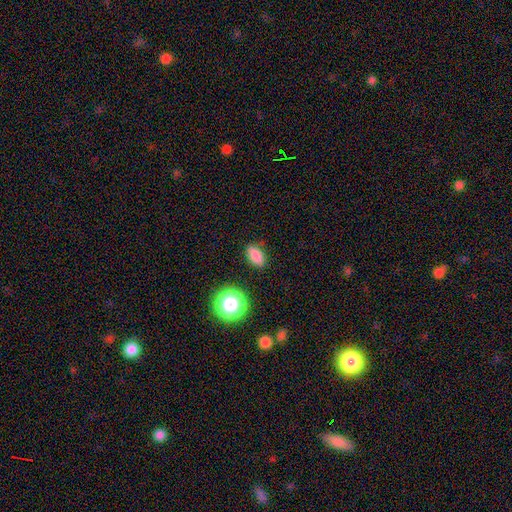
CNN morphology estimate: Smooth or featured? Predicted: smooth (p=0.83). How rounded? Predicted: in between (p=0.83). Merging? Predicted: none (p=0.84).